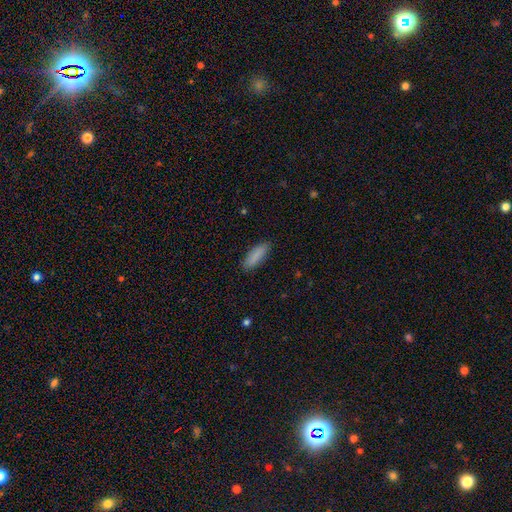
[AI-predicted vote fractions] A smooth galaxy with no disk features (88%) that is in between round and cigar-shaped (55%).

Vote fractions:
- Smooth or featured? smooth: 88% / star or artifact: 6% / featured or disk: 6%
- How rounded? in between: 55% / cigar-shaped: 43% / round: 2%
- Merging? none: 86% / minor disturbance: 10% / major disturbance: 2% / merger: 1%